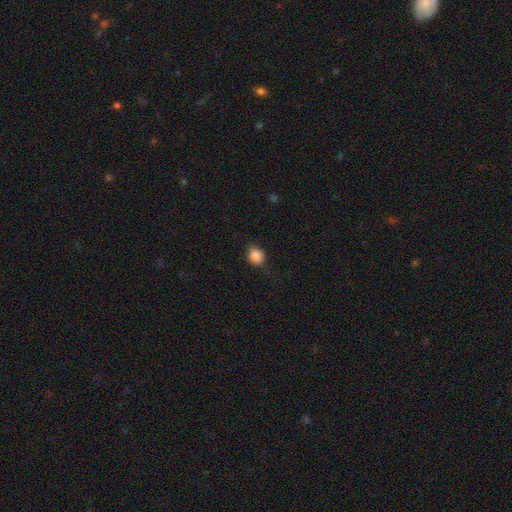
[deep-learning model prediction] smooth-or-featured: smooth: 86% | star or artifact: 9% | featured or disk: 4%
  how-rounded: round: 53% | in between: 46% | cigar-shaped: 1%
  merging: none: 76% | minor disturbance: 18% | major disturbance: 4% | merger: 1%